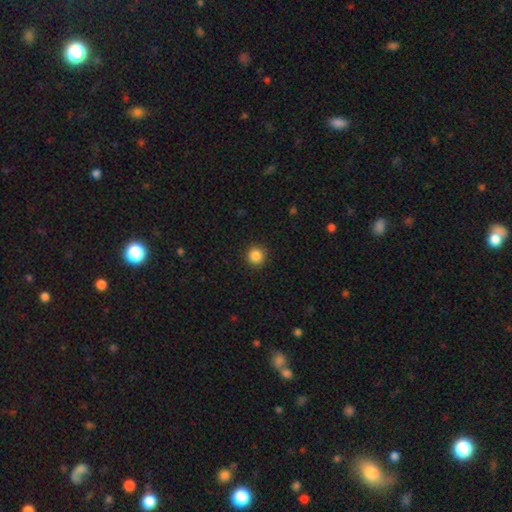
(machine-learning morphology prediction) Overall: smooth (86%). How rounded: round (95%). Merging: none (92%).